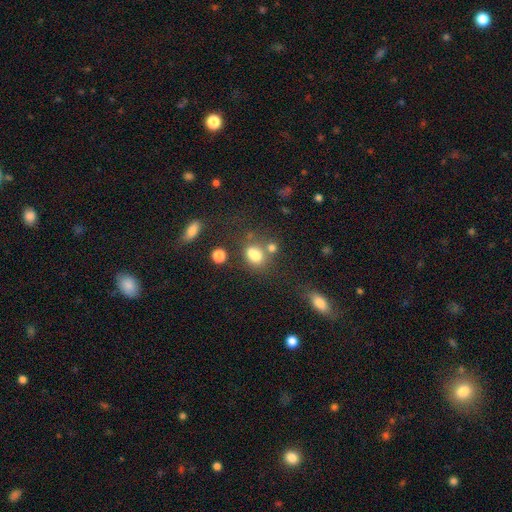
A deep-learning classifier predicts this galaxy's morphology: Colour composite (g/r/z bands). It shows a smooth galaxy with no disk features (74%) that is in between round and cigar-shaped (64%). Merging: none (44%).